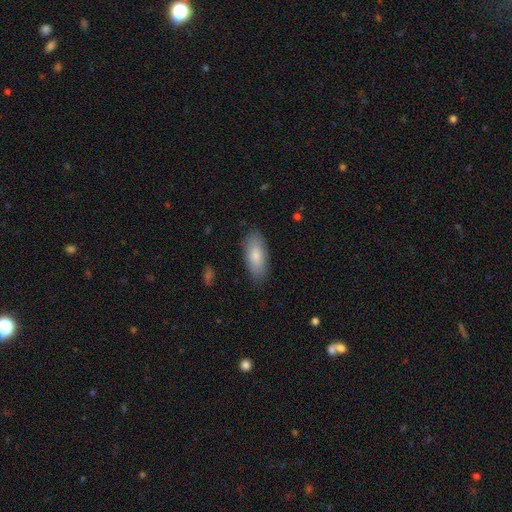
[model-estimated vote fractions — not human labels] smooth-or-featured: smooth: 80% | featured or disk: 14% | star or artifact: 6%
  how-rounded: in between: 86% | cigar-shaped: 12% | round: 2%
  merging: none: 84% | minor disturbance: 13% | major disturbance: 3% | merger: 1%